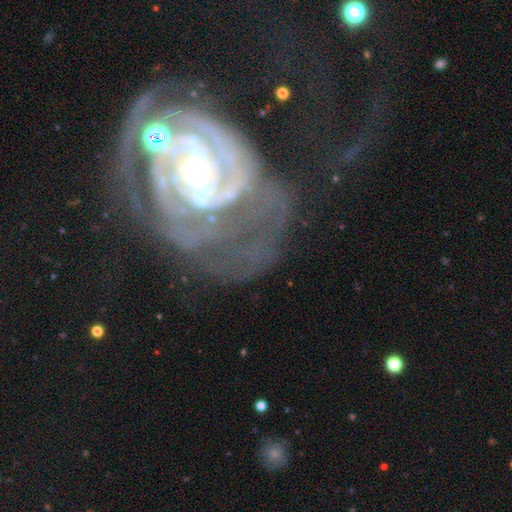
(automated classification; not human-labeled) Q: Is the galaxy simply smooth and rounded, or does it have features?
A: featured or disk — 86%.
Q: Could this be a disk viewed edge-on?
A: no — 97%.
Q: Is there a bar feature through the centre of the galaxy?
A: no — 58%.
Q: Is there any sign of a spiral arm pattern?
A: yes — 88%.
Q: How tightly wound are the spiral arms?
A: tight — 57%.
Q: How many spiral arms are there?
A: can't tell — 34%.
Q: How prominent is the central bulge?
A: moderate — 54%.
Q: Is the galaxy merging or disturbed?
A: major disturbance — 43%.